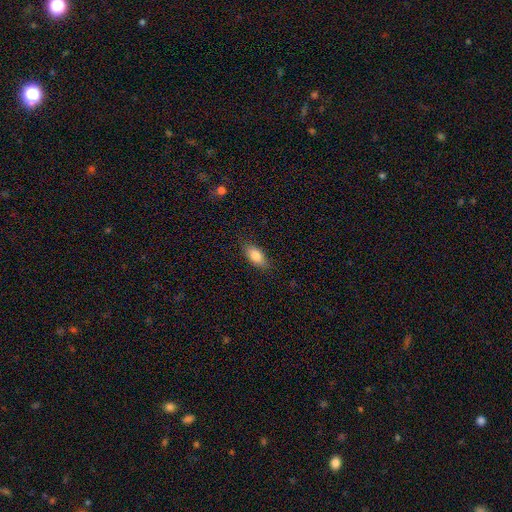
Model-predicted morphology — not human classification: smooth-or-featured: smooth: 83% | featured or disk: 10% | star or artifact: 7%
  how-rounded: in between: 85% | cigar-shaped: 11% | round: 4%
  merging: none: 82% | minor disturbance: 14% | major disturbance: 3% | merger: 1%